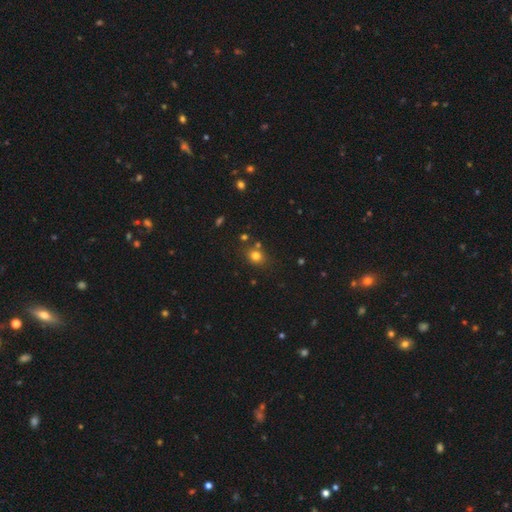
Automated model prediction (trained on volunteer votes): The model was most divided on "how rounded": round: 67%, in between: 32%, cigar-shaped: 1%. More confident: smooth or featured — smooth (78%); merging — none (75%).